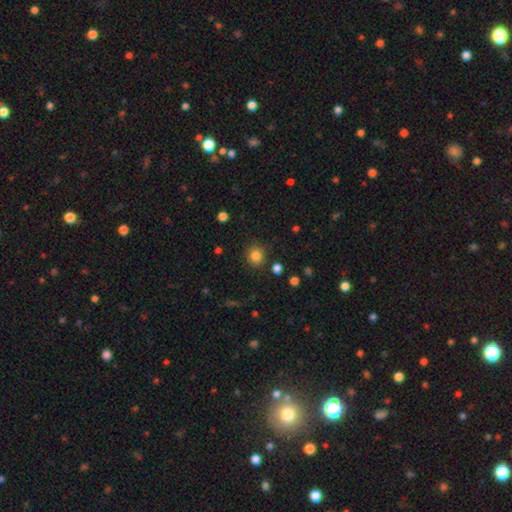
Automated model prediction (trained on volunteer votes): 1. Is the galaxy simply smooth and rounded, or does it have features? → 83% smooth, 12% star or artifact, 5% featured or disk.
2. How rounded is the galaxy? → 86% round, 13% in between, 1% cigar-shaped.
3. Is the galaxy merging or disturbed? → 86% none, 8% minor disturbance, 3% major disturbance, 3% merger.